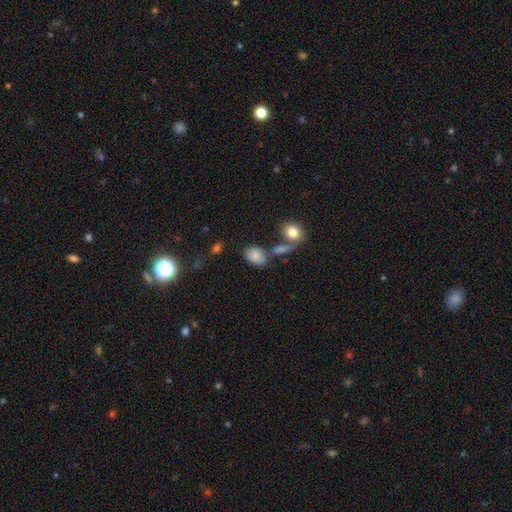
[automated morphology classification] This appears to be a smooth galaxy with no disk features (81%) that is in between round and cigar-shaped (76%). Merging: none (61%).